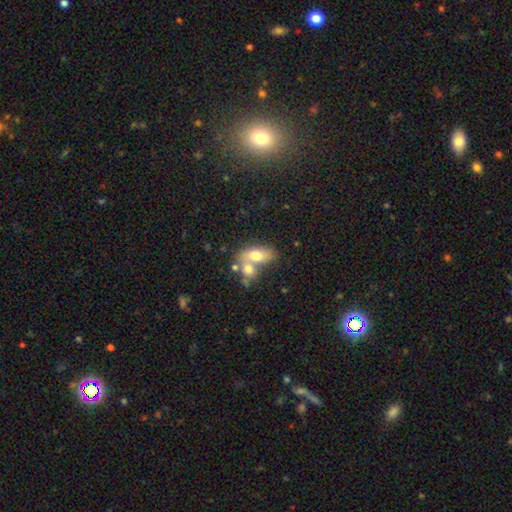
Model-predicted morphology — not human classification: smooth_or_featured: smooth (p=0.69) [alt: featured or disk p=0.23]
how_rounded: in between (p=0.83) [alt: round p=0.10]
merging: merger (p=0.57) [alt: none p=0.29]